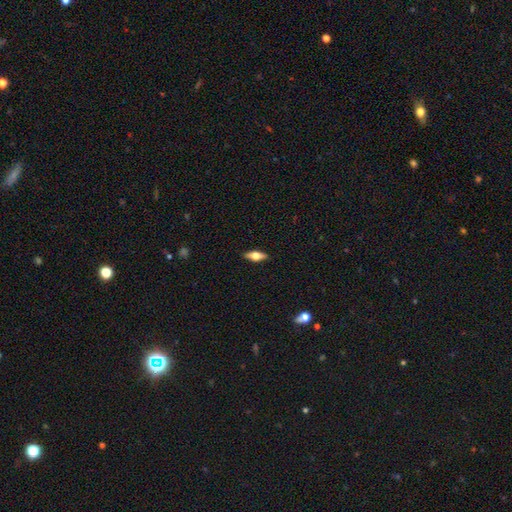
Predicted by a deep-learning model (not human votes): Overall: featured or disk (50%; smooth 43%). Merging: none (89%).